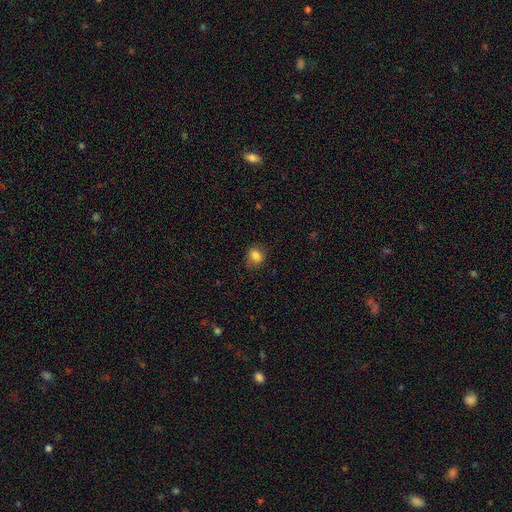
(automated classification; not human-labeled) A smooth galaxy with no disk features (84%) that is round (65%). Merging: none (79%).